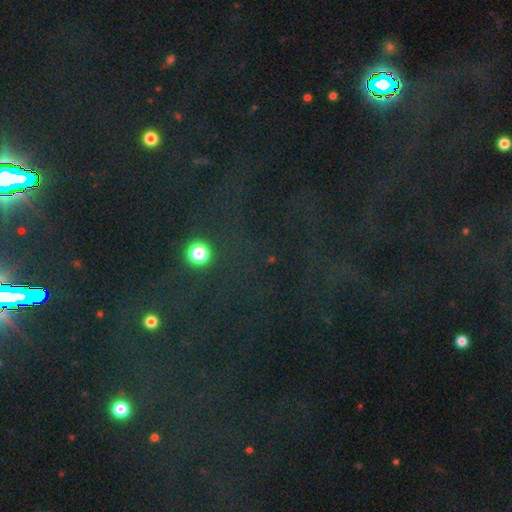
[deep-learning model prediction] Smooth or featured?
  - star or artifact: 74% *
  - smooth: 17%
  - featured or disk: 9%